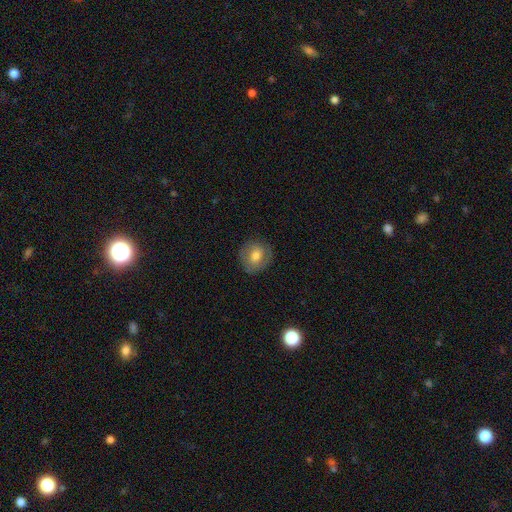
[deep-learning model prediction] A smooth galaxy with no disk features (60%) that is round (81%).

Vote fractions:
- Smooth or featured? smooth: 60% / featured or disk: 32% / star or artifact: 8%
- How rounded? round: 81% / in between: 18% / cigar-shaped: 1%
- Merging? none: 80% / minor disturbance: 14% / major disturbance: 5% / merger: 1%